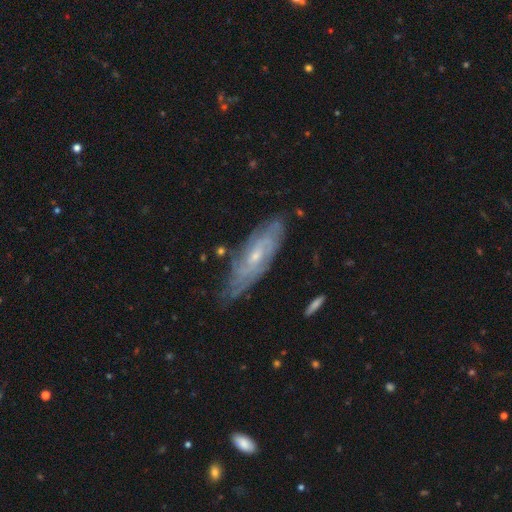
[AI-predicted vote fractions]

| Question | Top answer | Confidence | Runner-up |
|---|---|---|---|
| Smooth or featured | featured or disk | 77% | smooth (16%) |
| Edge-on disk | no | 81% | yes (19%) |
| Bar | no | 57% | weak (36%) |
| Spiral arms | yes | 89% | no (11%) |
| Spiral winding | tight | 63% | medium (30%) |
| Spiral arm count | can't tell | 54% | 2 (20%) |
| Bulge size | small | 64% | moderate (32%) |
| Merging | none | 72% | minor disturbance (21%) |